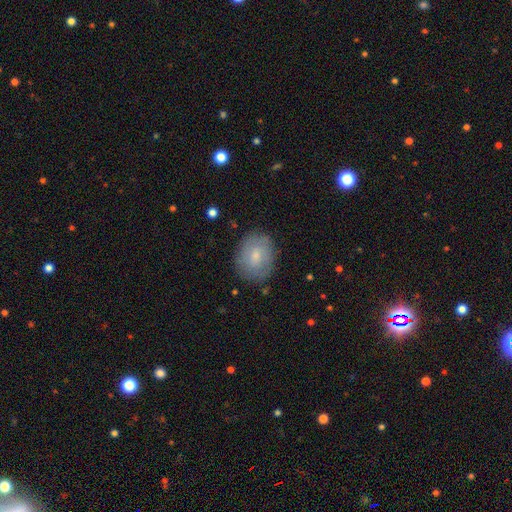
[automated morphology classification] type=smooth (62%); roundness=in between (54%); merging=none (80%).